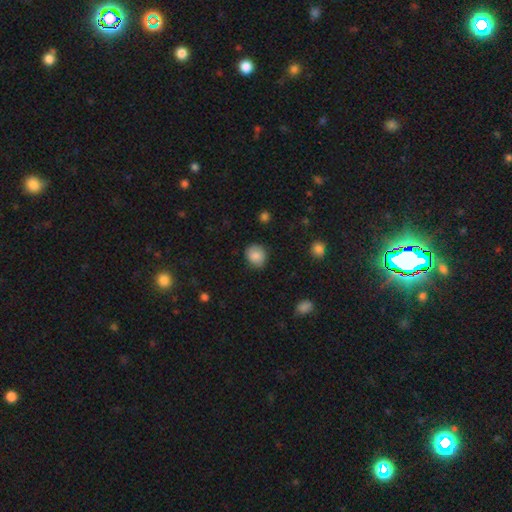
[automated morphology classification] Smooth or featured? smooth (85%)
How rounded? round (71%)
Merging? none (81%)